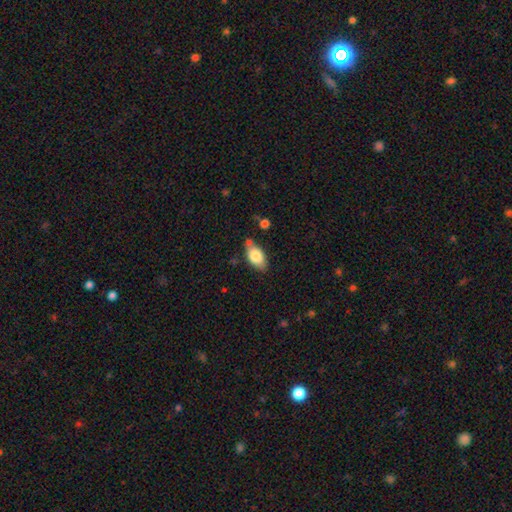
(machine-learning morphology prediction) smooth-or-featured: smooth: 81% | featured or disk: 12% | star or artifact: 7%
  how-rounded: in between: 92% | round: 4% | cigar-shaped: 4%
  merging: none: 72% | minor disturbance: 18% | merger: 7% | major disturbance: 4%